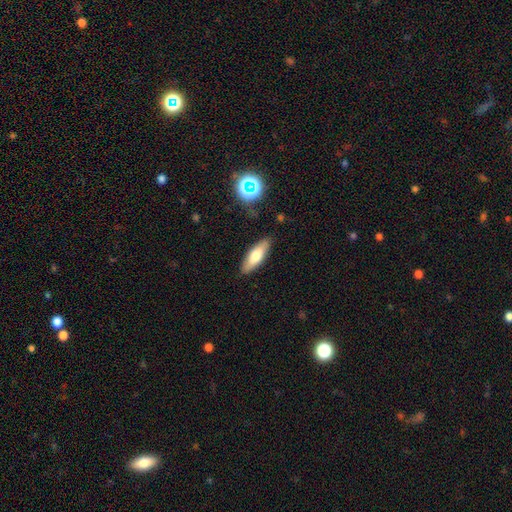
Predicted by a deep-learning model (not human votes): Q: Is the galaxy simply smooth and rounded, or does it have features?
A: smooth — 68%.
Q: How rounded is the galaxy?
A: in between — 55%.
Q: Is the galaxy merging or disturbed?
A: none — 86%.